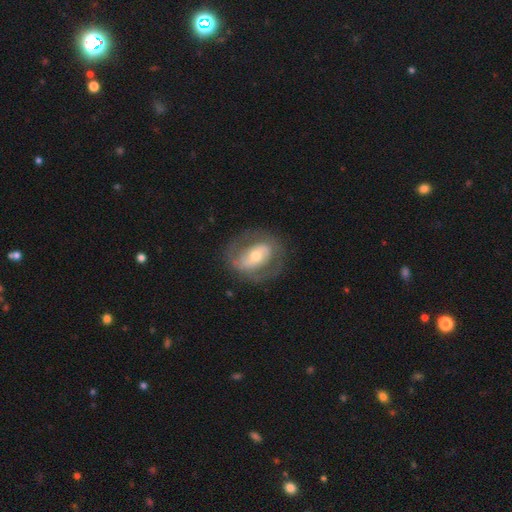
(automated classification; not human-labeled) smooth_or_featured: featured or disk (p=0.73) [alt: smooth p=0.21]
disk_edge_on: no (p=0.96) [alt: yes p=0.04]
bar: no (p=0.35) [alt: weak p=0.34]
has_spiral_arms: yes (p=0.69) [alt: no p=0.31]
bulge_size: moderate (p=0.59) [alt: small p=0.32]
merging: none (p=0.74) [alt: minor disturbance p=0.15]